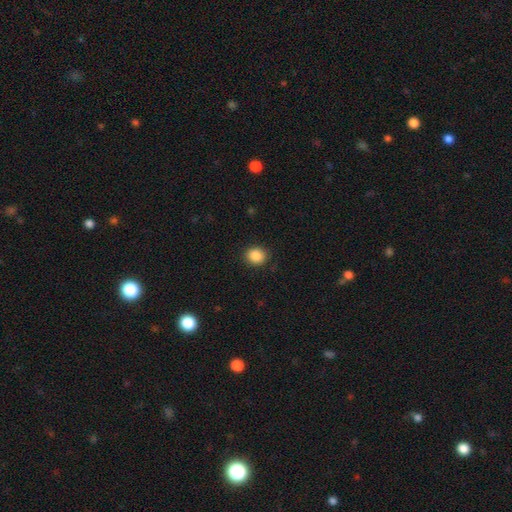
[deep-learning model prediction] The model was most divided on "how rounded": round: 69%, in between: 30%, cigar-shaped: 1%. More confident: merging — none (88%); smooth or featured — smooth (88%).